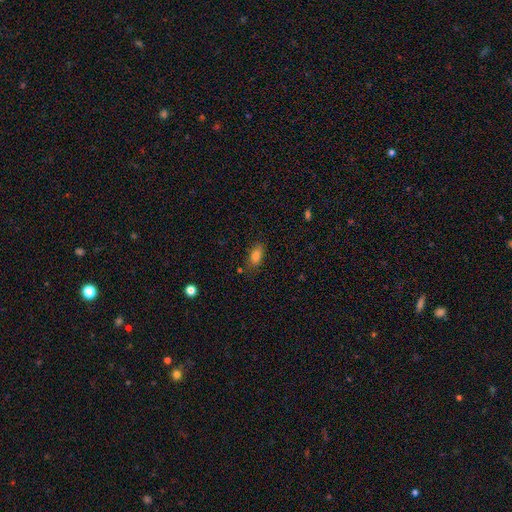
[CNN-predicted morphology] Smooth or featured: smooth — 80% (featured or disk — 10%)
How rounded: in between — 85% (cigar-shaped — 9%)
Merging: none — 78% (minor disturbance — 16%)